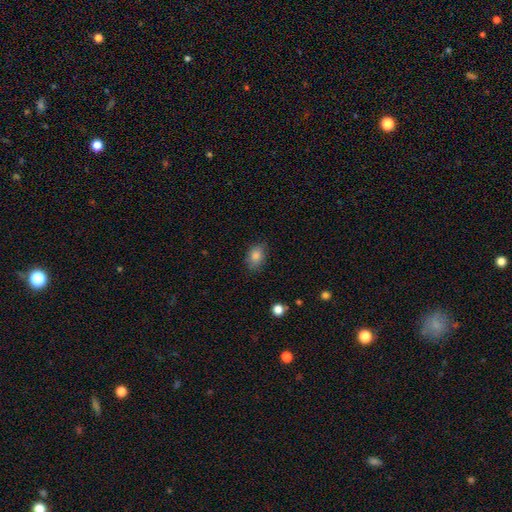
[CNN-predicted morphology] Overall: smooth (82%). How rounded: in between (75%). Merging: none (80%).